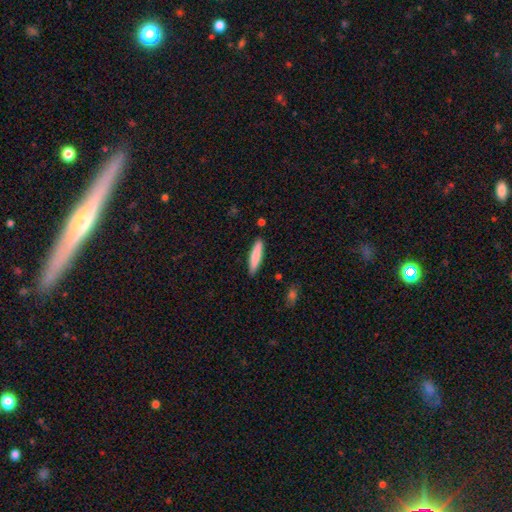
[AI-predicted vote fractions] Smooth or featured?
  - smooth: 82% *
  - featured or disk: 12%
  - star or artifact: 6%
How rounded?
  - cigar-shaped: 84% *
  - in between: 15%
  - round: 1%
Merging?
  - none: 88% *
  - minor disturbance: 8%
  - major disturbance: 2%
  - merger: 2%